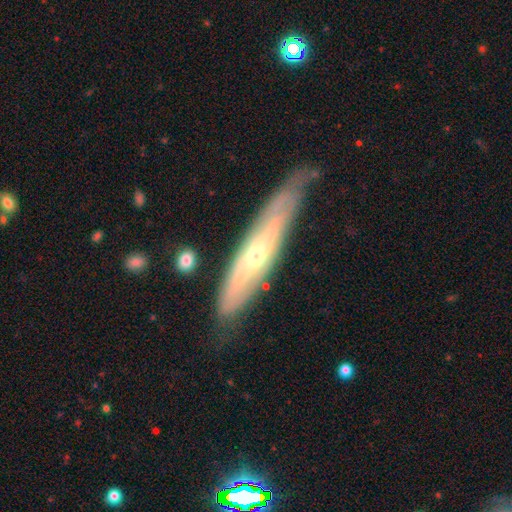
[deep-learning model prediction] The model was most divided on "edge-on disk": yes: 60%, no: 40%. More confident: merging — none (70%); smooth or featured — featured or disk (68%).